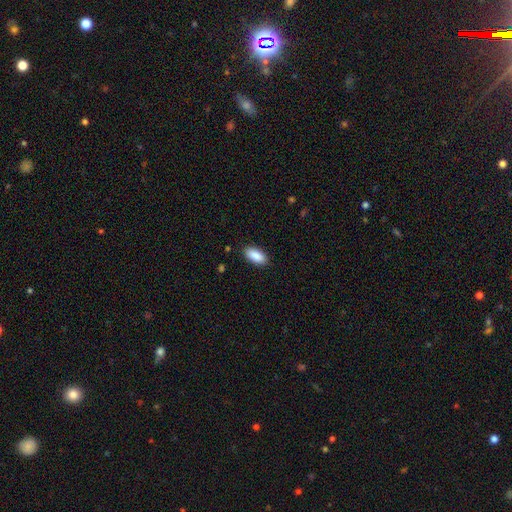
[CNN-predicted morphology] Smooth or featured: smooth — 90% (star or artifact — 6%)
How rounded: in between — 91% (cigar-shaped — 7%)
Merging: none — 88% (minor disturbance — 9%)